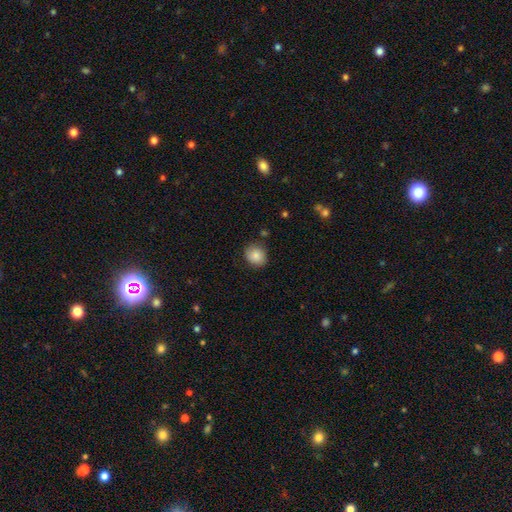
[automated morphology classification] The model was most divided on "how rounded": round: 78%, in between: 21%, cigar-shaped: 1%. More confident: smooth or featured — smooth (85%); merging — none (82%).